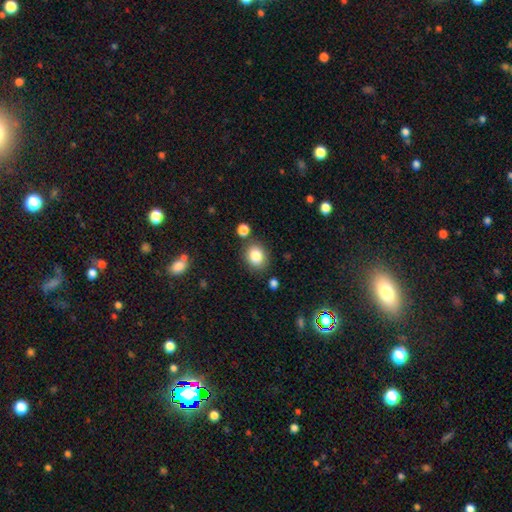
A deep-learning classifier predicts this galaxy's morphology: Smooth or featured?
  - smooth: 84% *
  - star or artifact: 10%
  - featured or disk: 7%
How rounded?
  - round: 63% *
  - in between: 36%
  - cigar-shaped: 1%
Merging?
  - none: 80% *
  - minor disturbance: 11%
  - merger: 6%
  - major disturbance: 3%